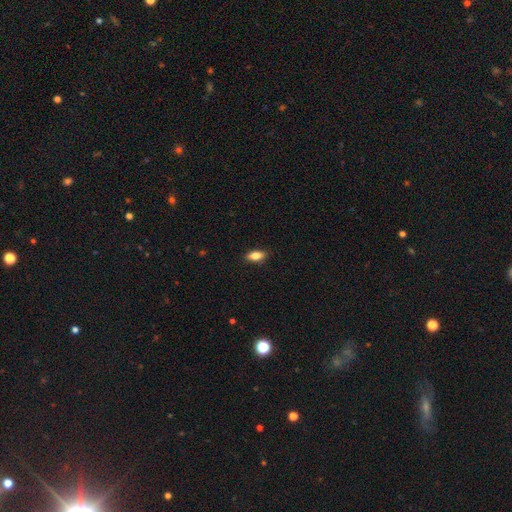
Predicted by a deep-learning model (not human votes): Overall: smooth (79%). How rounded: in between (85%). Merging: none (88%).